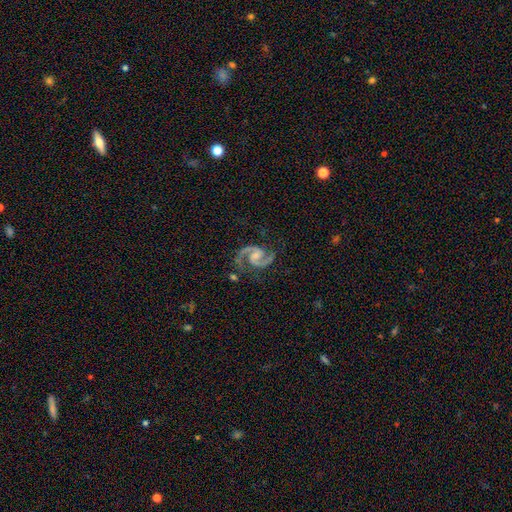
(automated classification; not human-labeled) smooth-or-featured: featured or disk: 94% | star or artifact: 4% | smooth: 2%
  disk-edge-on: no: 98% | yes: 2%
    bar: no: 45% | weak: 42% | strong: 13%
    has-spiral-arms: yes: 99% | no: 1%
      spiral-winding: medium: 68% | tight: 17% | loose: 15%
      spiral-arm-count: 2: 95% | can't tell: 1% | 1: 1% | 3: 1% | 4: 1% | more than 4: 1%
    bulge-size: small: 41% | none: 27% | moderate: 27% | large: 3% | dominant: 1%
  merging: none: 73% | minor disturbance: 16% | major disturbance: 7% | merger: 3%